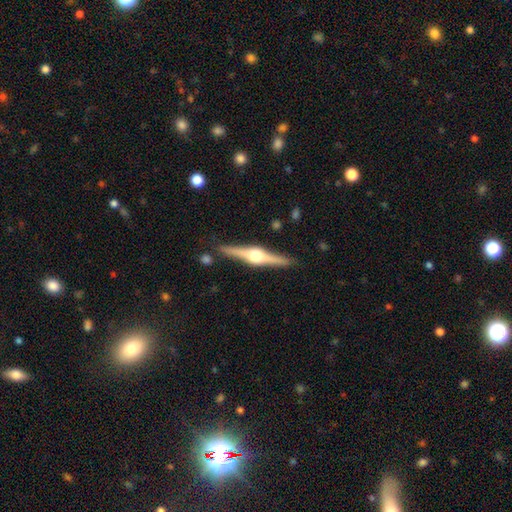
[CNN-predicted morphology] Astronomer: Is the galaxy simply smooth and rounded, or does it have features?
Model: featured or disk — 83%.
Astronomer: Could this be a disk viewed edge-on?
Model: yes — 98%.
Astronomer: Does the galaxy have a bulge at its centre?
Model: rounded — 93%.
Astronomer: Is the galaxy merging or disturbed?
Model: none — 89%.